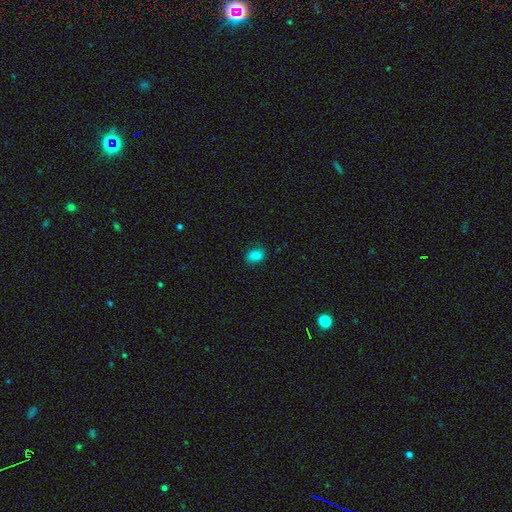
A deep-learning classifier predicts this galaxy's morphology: smooth 83%, star or artifact 11%, featured or disk 6%. Down the decision tree: how rounded — in between (74%); merging — none (80%).